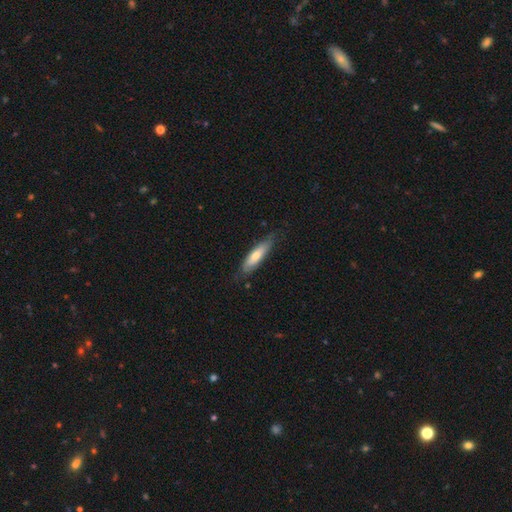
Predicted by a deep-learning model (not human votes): Smooth or featured? Predicted: smooth (p=0.62). How rounded? Predicted: cigar-shaped (p=0.70). Merging? Predicted: none (p=0.74).